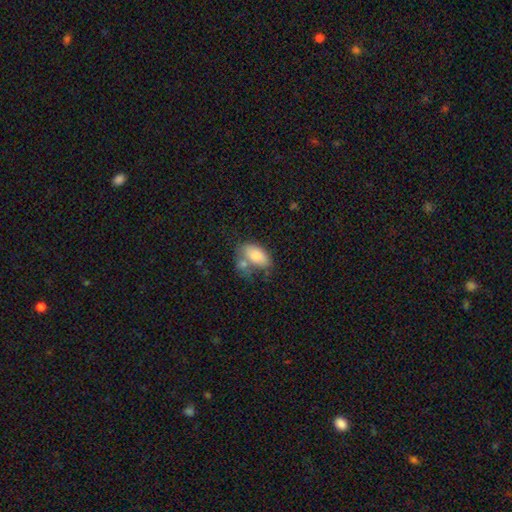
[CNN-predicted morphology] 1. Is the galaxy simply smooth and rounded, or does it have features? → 81% smooth, 12% featured or disk, 7% star or artifact.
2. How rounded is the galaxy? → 92% in between, 5% round, 3% cigar-shaped.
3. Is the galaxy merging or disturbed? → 40% none, 32% merger, 19% minor disturbance, 9% major disturbance.